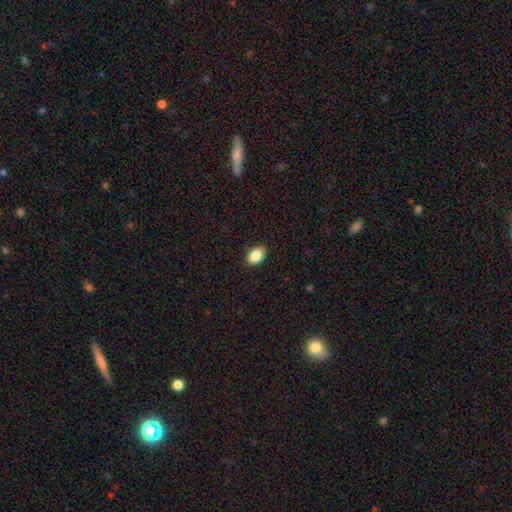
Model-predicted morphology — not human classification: smooth_or_featured: smooth (p=0.87) [alt: star or artifact p=0.08]
how_rounded: in between (p=0.85) [alt: round p=0.14]
merging: none (p=0.87) [alt: minor disturbance p=0.10]